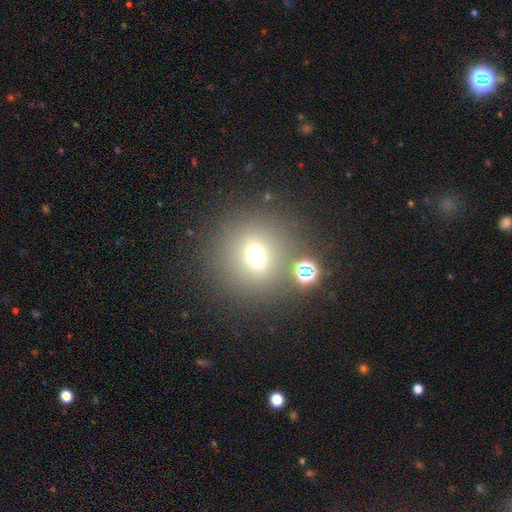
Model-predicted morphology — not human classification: This is likely a smooth galaxy (63%). How rounded: likely round (77%). Merging: likely none (72%).